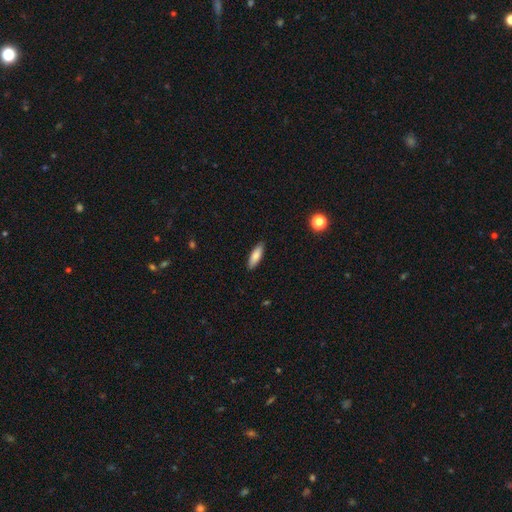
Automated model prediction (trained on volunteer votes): Smooth or featured? smooth (82%)
How rounded? in between (52%)
Merging? none (89%)